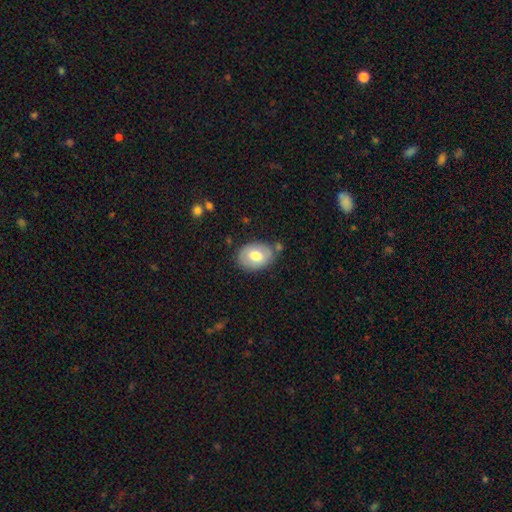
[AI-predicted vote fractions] smooth 67%, featured or disk 27%, star or artifact 7%. Down the decision tree: how rounded — in between (77%); merging — none (71%).